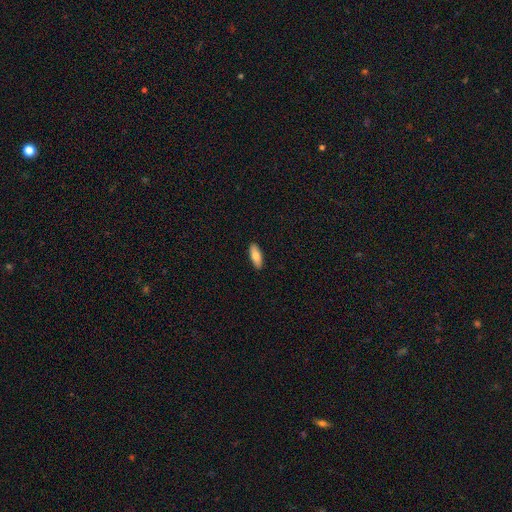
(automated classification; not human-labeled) The model was most divided on "how rounded": in between: 72%, cigar-shaped: 26%, round: 2%. More confident: merging — none (91%); smooth or featured — smooth (80%).